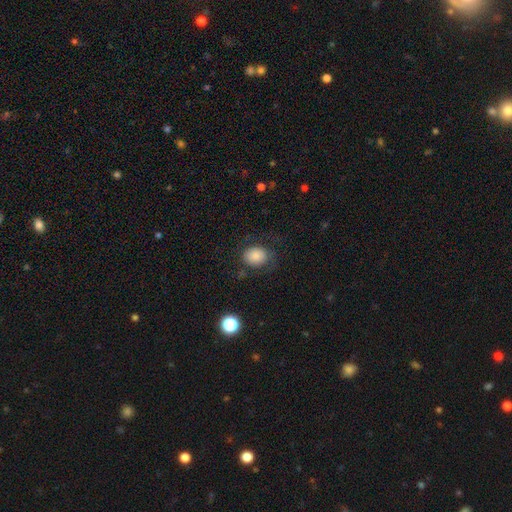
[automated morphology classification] A smooth galaxy with no disk features (83%) that is in between round and cigar-shaped (52%). Merging: none (67%).